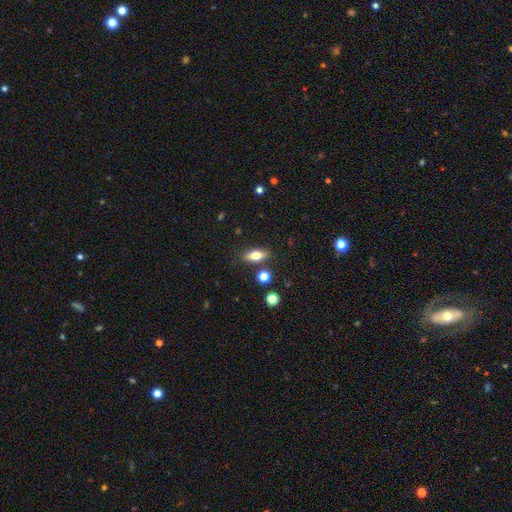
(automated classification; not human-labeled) Overall: smooth (69%). How rounded: in between (74%). Merging: none (81%).